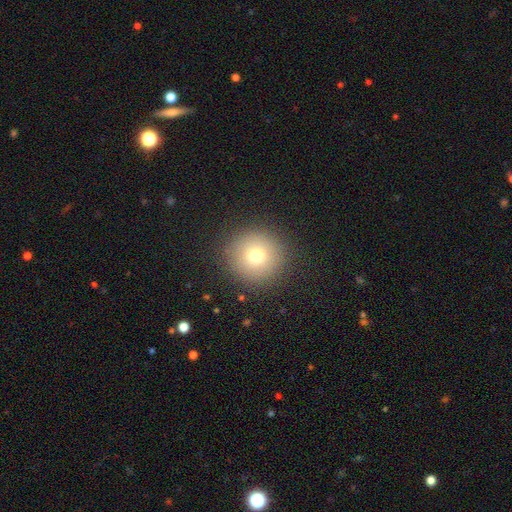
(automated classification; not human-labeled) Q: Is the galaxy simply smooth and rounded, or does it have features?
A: smooth — 73%.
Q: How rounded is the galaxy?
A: round — 95%.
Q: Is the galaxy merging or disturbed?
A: none — 90%.